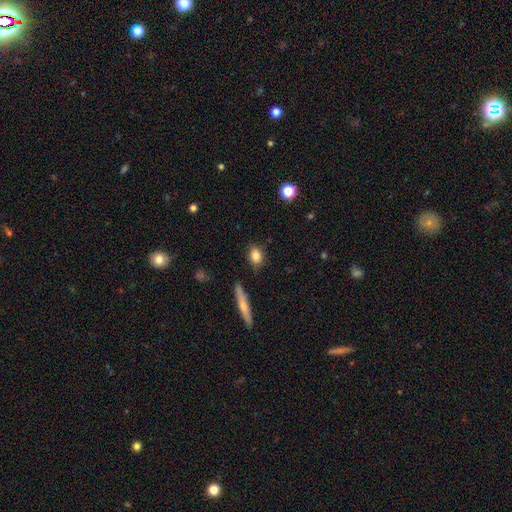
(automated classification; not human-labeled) A smooth galaxy with no disk features (84%) that is in between round and cigar-shaped (66%). Merging: none (81%).